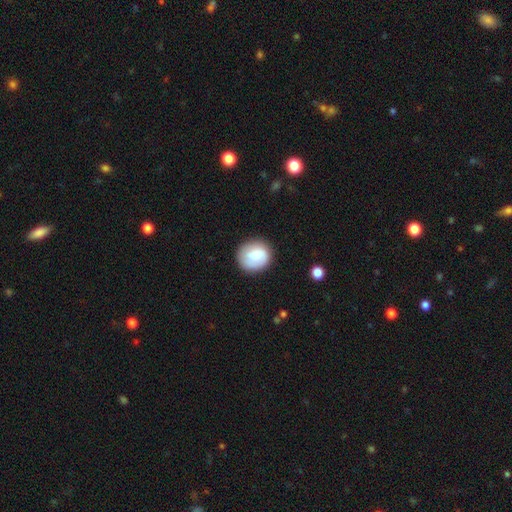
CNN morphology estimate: The model was most divided on "smooth or featured": smooth: 78%, featured or disk: 15%, star or artifact: 7%. More confident: how rounded — round (84%); merging — none (79%).